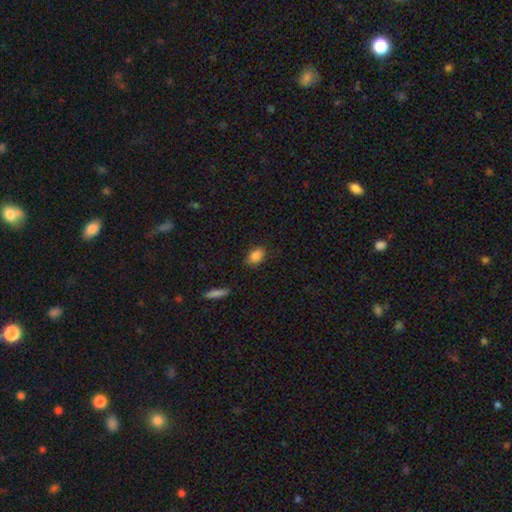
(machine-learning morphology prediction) Overall: smooth (87%). How rounded: in between (80%). Merging: none (82%).